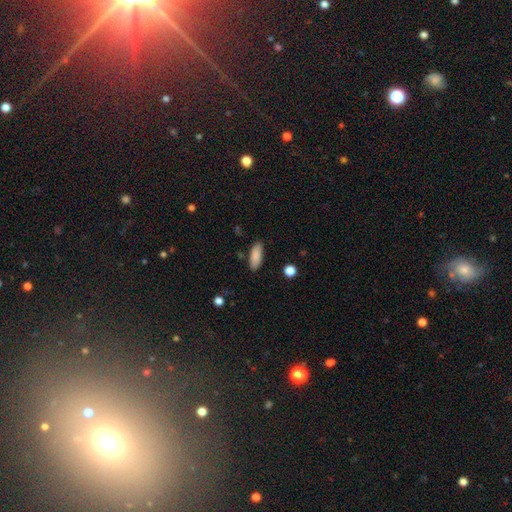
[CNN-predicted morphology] smooth 87%, star or artifact 7%, featured or disk 6%. Down the decision tree: how rounded — in between (71%); merging — none (87%).